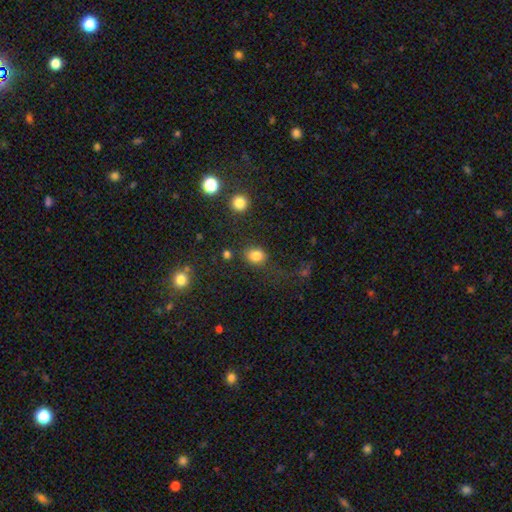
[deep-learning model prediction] This is clearly a smooth galaxy (83%). How rounded: possibly round (56%). Merging: likely none (76%).